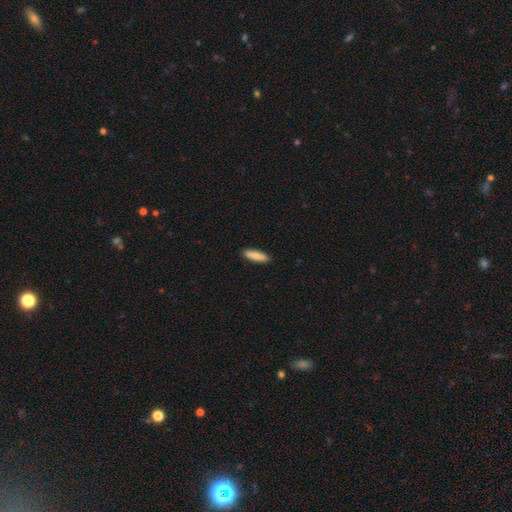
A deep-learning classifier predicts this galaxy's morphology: type=smooth (84%); roundness=cigar-shaped (54%); merging=none (90%).